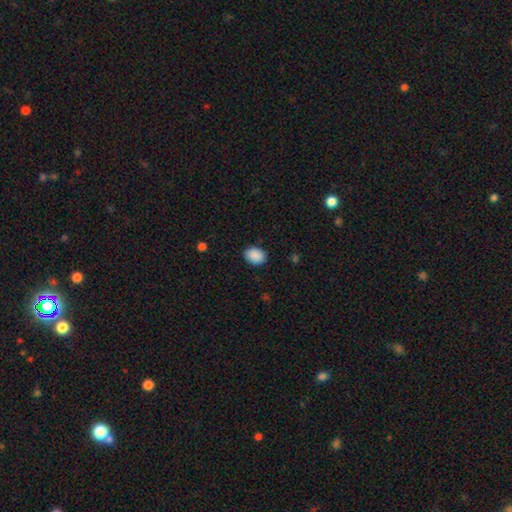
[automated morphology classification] This is clearly a smooth galaxy (90%). How rounded: likely in between (75%). Merging: clearly none (87%).